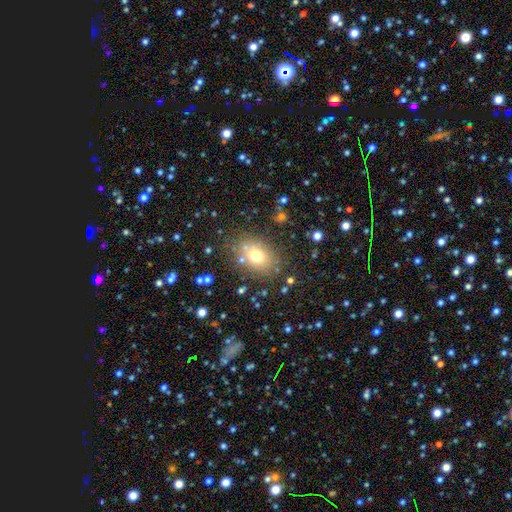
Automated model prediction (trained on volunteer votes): Smooth or featured?
  - smooth: 69% *
  - featured or disk: 16%
  - star or artifact: 15%
How rounded?
  - in between: 57% *
  - round: 42%
  - cigar-shaped: 1%
Merging?
  - none: 76% *
  - minor disturbance: 13%
  - merger: 6%
  - major disturbance: 5%